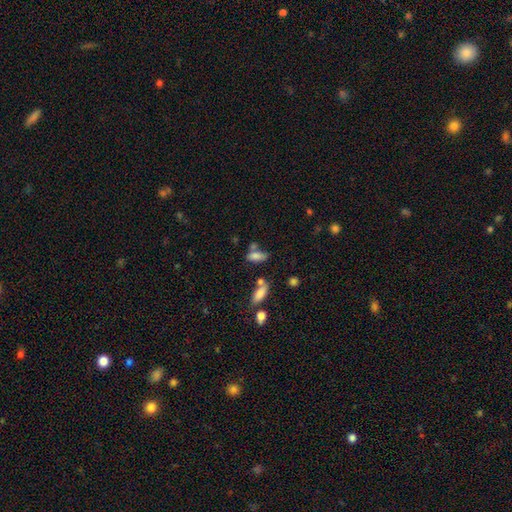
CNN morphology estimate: Q: Smooth or featured?
A: smooth (77%); runner-up: featured or disk (13%)
Q: How rounded?
A: in between (76%); runner-up: cigar-shaped (20%)
Q: Merging?
A: none (48%); runner-up: merger (28%)